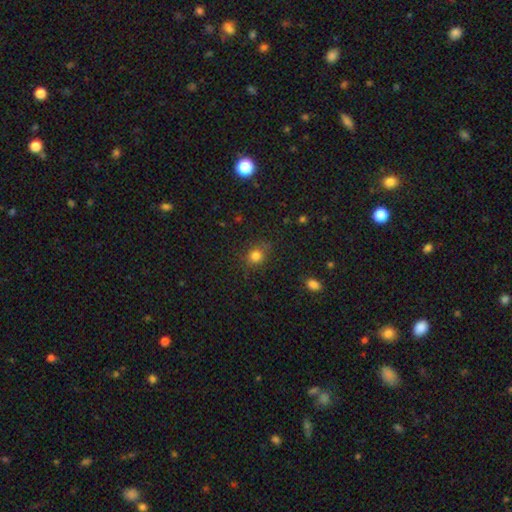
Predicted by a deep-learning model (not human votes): Morphology: type=smooth (79%); roundness=round (74%); merging=none (80%).